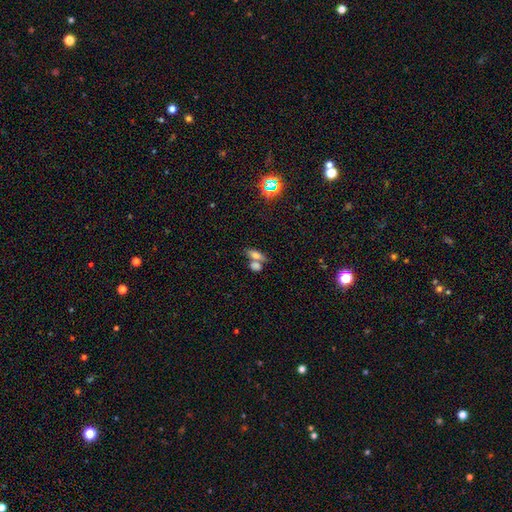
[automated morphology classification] Overall: smooth (68%). How rounded: in between (71%). Merging: merger (47%; none 40%).